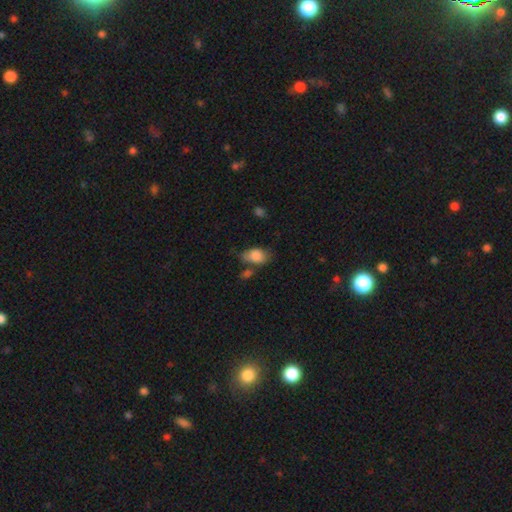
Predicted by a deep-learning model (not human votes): Morphology: type=smooth (84%); roundness=in between (86%); merging=none (50%).